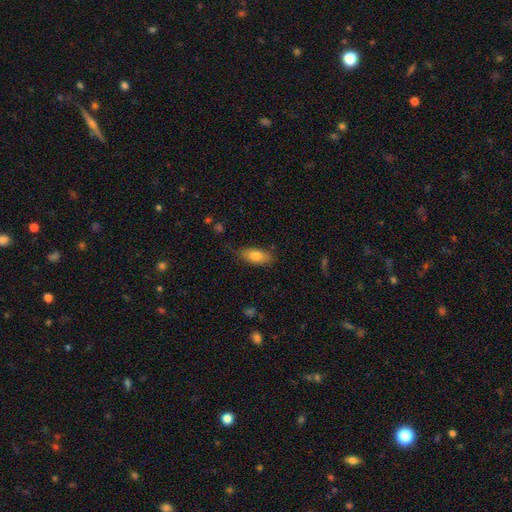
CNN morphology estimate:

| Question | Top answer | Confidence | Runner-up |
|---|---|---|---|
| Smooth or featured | smooth | 78% | featured or disk (15%) |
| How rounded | in between | 84% | cigar-shaped (13%) |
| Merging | none | 78% | minor disturbance (17%) |